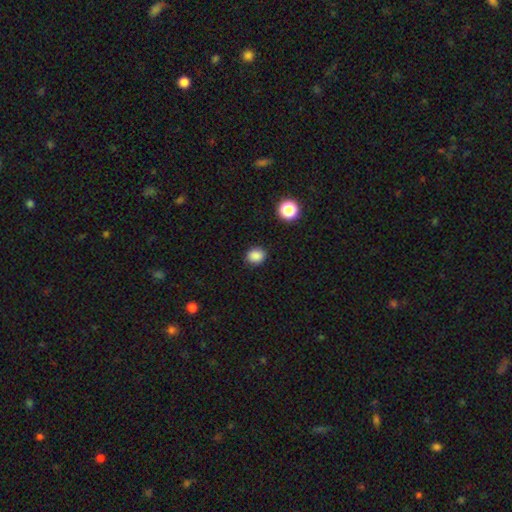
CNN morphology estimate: This is clearly a smooth galaxy (86%). How rounded: likely round (64%). Merging: clearly none (88%).